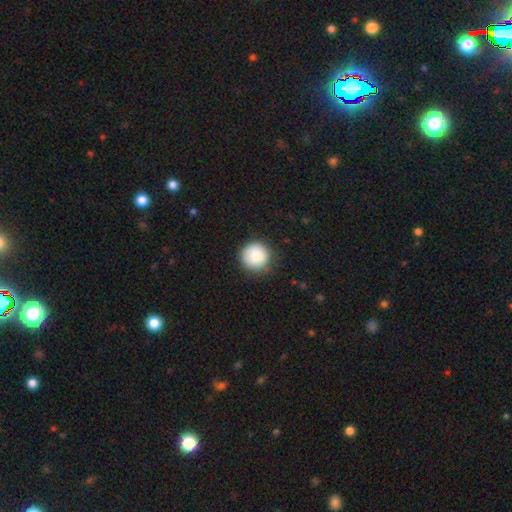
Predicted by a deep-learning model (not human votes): smooth-or-featured: smooth: 85% | star or artifact: 8% | featured or disk: 8%
  how-rounded: round: 95% | in between: 4% | cigar-shaped: 1%
  merging: none: 86% | minor disturbance: 11% | major disturbance: 3% | merger: 1%